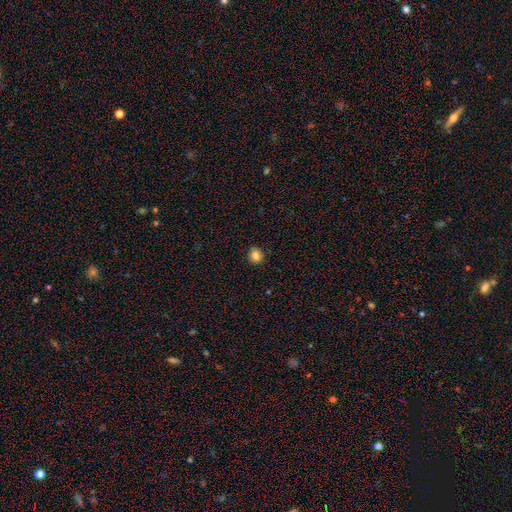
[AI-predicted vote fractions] smooth 83%, star or artifact 11%, featured or disk 6%. Down the decision tree: how rounded — round (80%); merging — none (90%).